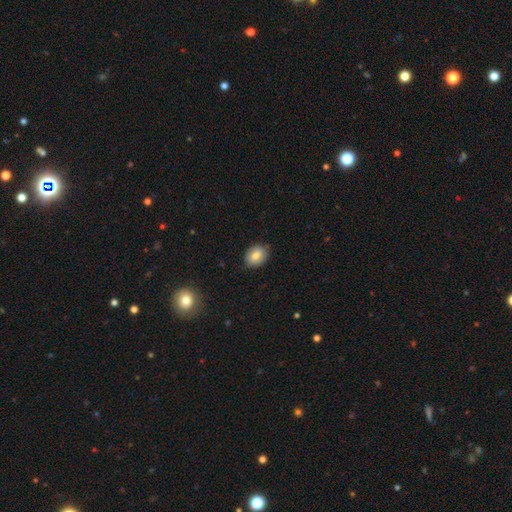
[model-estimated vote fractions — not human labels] This appears to be a smooth galaxy with no disk features (79%) that is in between round and cigar-shaped (61%). Merging: none (82%).